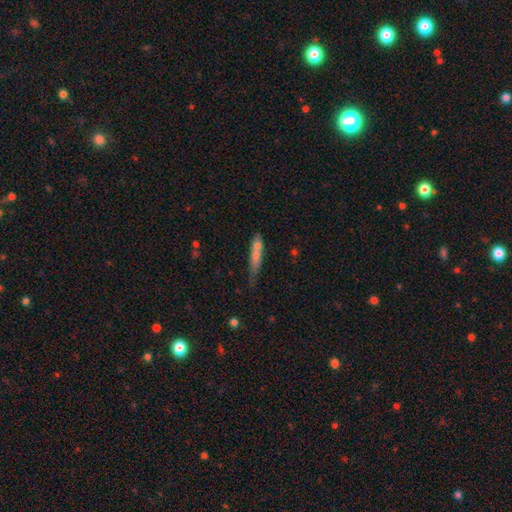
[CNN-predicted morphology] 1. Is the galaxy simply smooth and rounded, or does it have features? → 62% smooth, 29% featured or disk, 9% star or artifact.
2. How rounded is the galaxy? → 83% cigar-shaped, 14% in between, 3% round.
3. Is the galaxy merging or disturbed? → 45% none, 23% minor disturbance, 21% merger, 10% major disturbance.